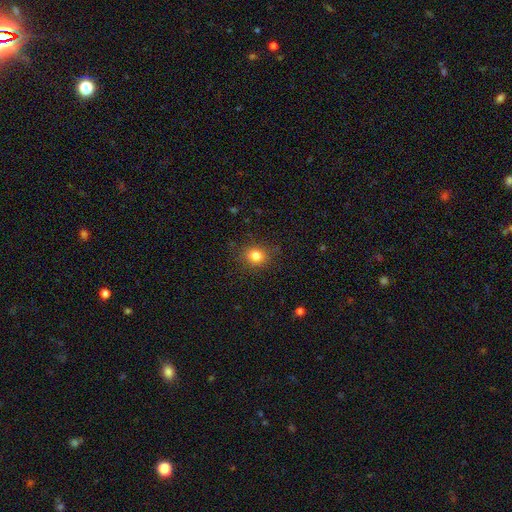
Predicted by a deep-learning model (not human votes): This appears to be a smooth galaxy with no disk features (82%) that is round (74%). Merging: none (87%).